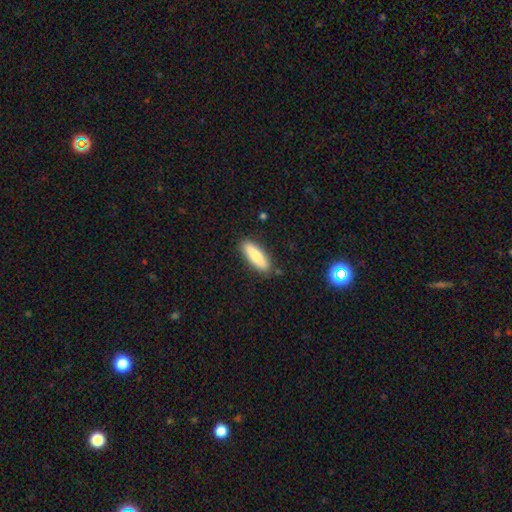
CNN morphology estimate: smooth 80%, featured or disk 14%, star or artifact 6%. Down the decision tree: how rounded — cigar-shaped (54%); merging — none (85%).